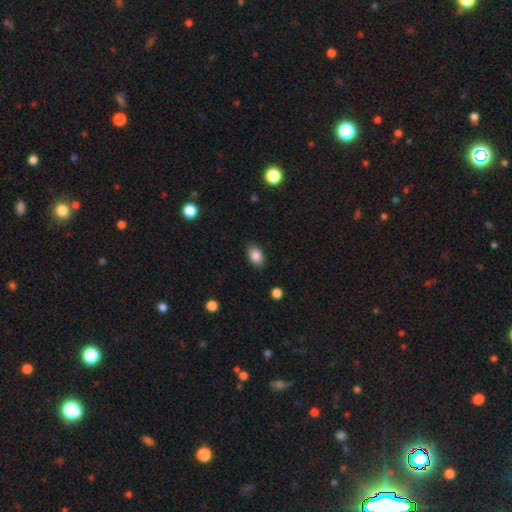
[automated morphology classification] A smooth galaxy with no disk features (85%) that is in between round and cigar-shaped (86%).

Vote fractions:
- Smooth or featured? smooth: 85% / star or artifact: 8% / featured or disk: 6%
- How rounded? in between: 86% / round: 12% / cigar-shaped: 2%
- Merging? none: 85% / minor disturbance: 12% / major disturbance: 3% / merger: 1%